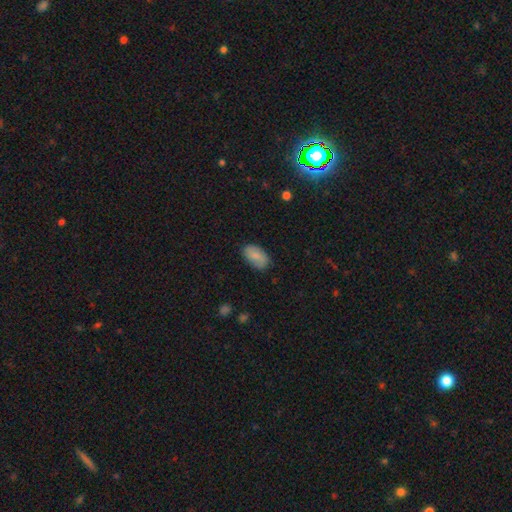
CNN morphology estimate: type=smooth (76%); roundness=in between (93%); merging=none (79%).